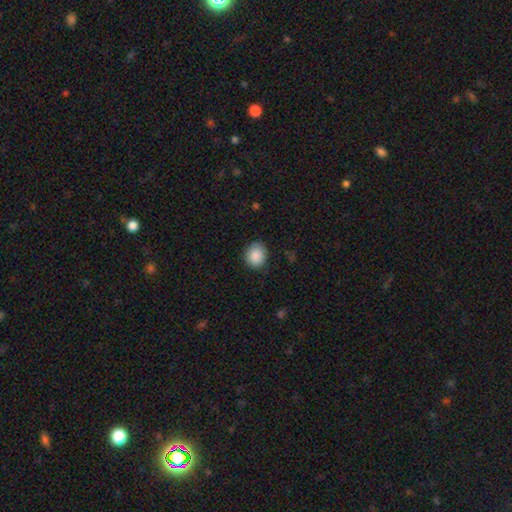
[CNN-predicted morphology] The model was most divided on "how rounded": round: 70%, in between: 29%, cigar-shaped: 1%. More confident: smooth or featured — smooth (88%); merging — none (81%).